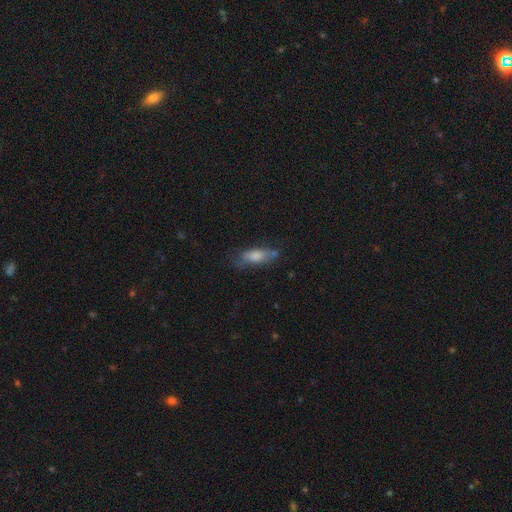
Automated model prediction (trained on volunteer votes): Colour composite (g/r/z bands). It shows a smooth galaxy with no disk features (62%) that is in between round and cigar-shaped (60%). Merging: none (59%).